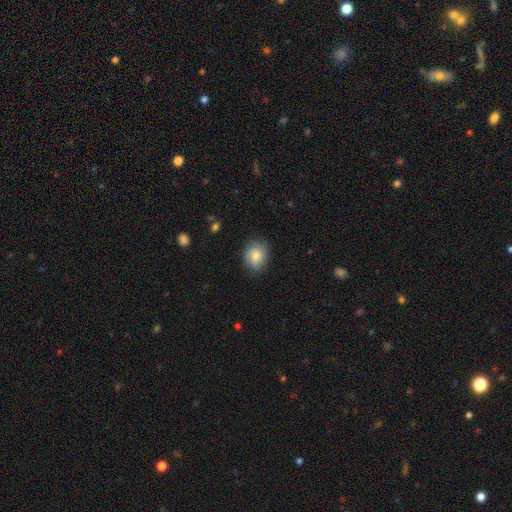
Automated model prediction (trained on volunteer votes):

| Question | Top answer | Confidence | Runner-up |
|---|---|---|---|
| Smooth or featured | smooth | 77% | featured or disk (15%) |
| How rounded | round | 55% | in between (44%) |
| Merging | none | 75% | minor disturbance (20%) |